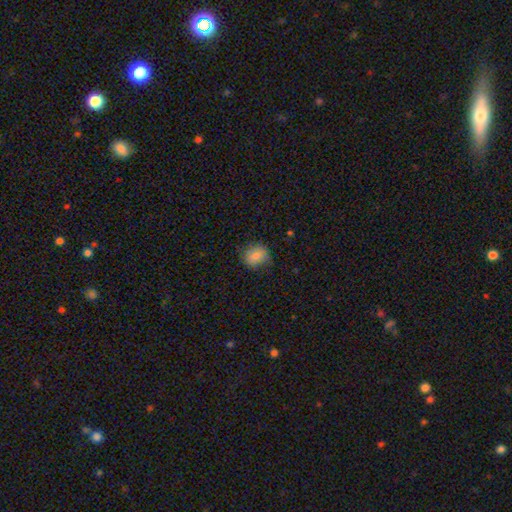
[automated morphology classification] type=smooth (81%); roundness=round (72%); merging=none (74%).